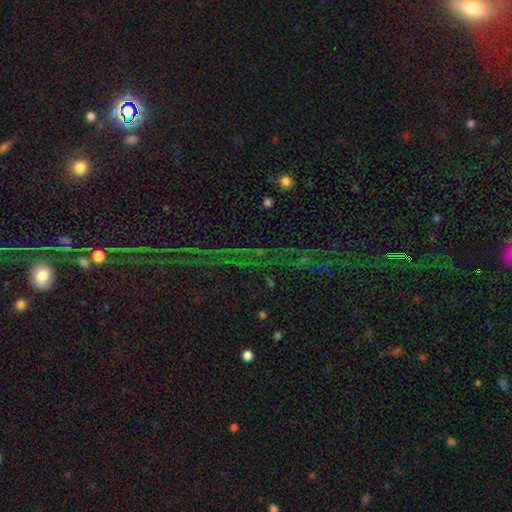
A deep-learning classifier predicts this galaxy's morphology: This is likely a star or artifact rather than a galaxy (75%).